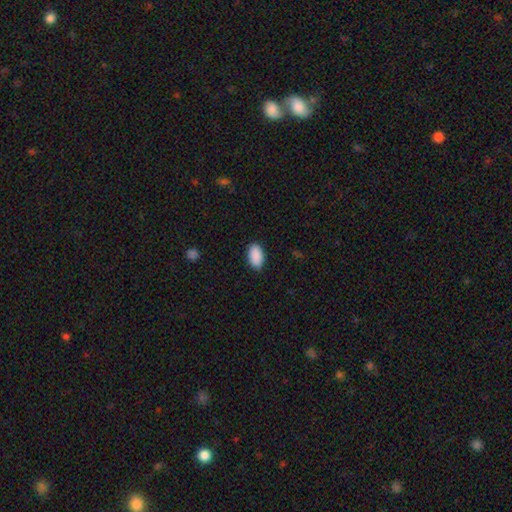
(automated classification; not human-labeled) smooth_or_featured: smooth (p=0.91) [alt: star or artifact p=0.06]
how_rounded: in between (p=0.95) [alt: round p=0.03]
merging: none (p=0.89) [alt: minor disturbance p=0.08]